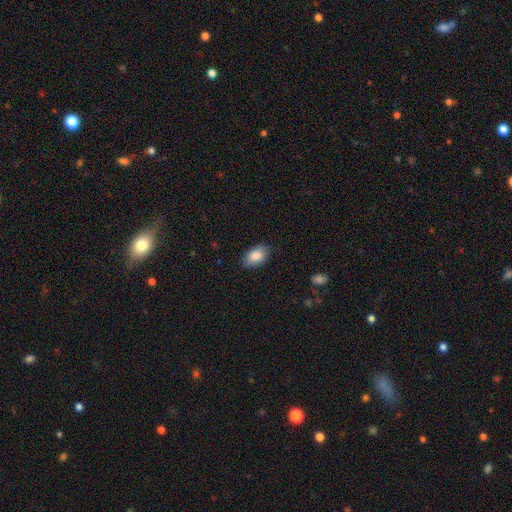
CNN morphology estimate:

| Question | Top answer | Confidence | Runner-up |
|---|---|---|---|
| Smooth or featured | smooth | 85% | featured or disk (8%) |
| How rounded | in between | 91% | round (7%) |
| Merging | none | 84% | minor disturbance (13%) |